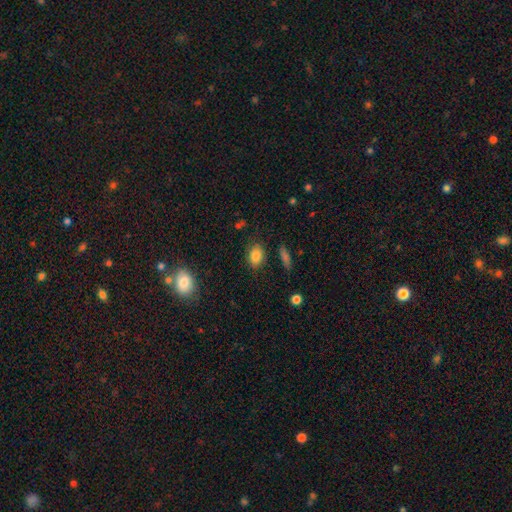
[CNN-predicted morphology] Smooth or featured? Predicted: smooth (p=0.84). How rounded? Predicted: in between (p=0.72). Merging? Predicted: none (p=0.82).